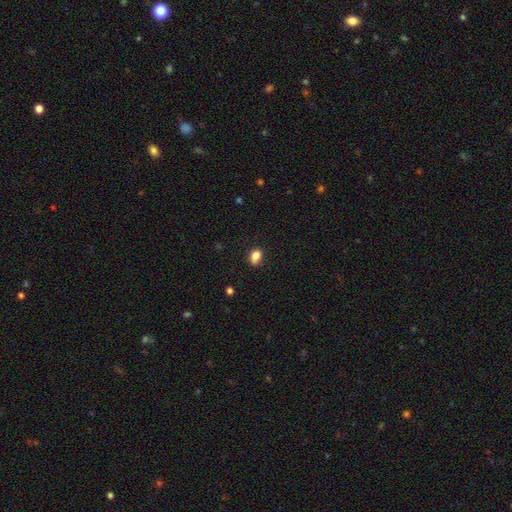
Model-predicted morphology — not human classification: Smooth or featured?
  - smooth: 83% *
  - star or artifact: 10%
  - featured or disk: 7%
How rounded?
  - in between: 66% *
  - round: 32%
  - cigar-shaped: 2%
Merging?
  - none: 67% *
  - minor disturbance: 24%
  - major disturbance: 6%
  - merger: 4%